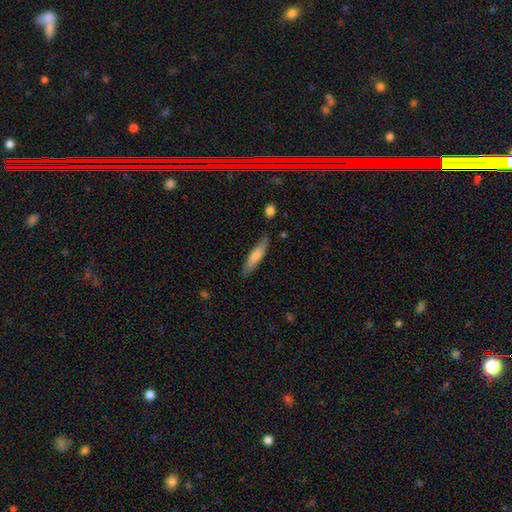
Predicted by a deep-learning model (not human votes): smooth-or-featured: smooth: 74% | featured or disk: 21% | star or artifact: 6%
  how-rounded: cigar-shaped: 76% | in between: 23% | round: 1%
  merging: none: 83% | minor disturbance: 13% | major disturbance: 2% | merger: 2%